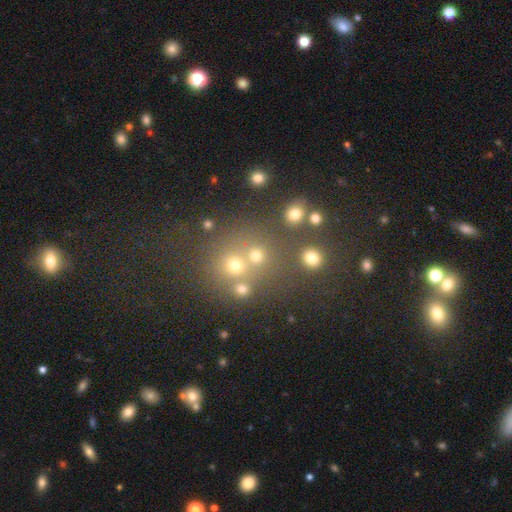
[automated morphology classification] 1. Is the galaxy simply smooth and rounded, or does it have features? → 69% smooth, 21% star or artifact, 10% featured or disk.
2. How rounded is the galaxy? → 86% round, 13% in between, 1% cigar-shaped.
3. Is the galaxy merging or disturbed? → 60% none, 27% merger, 8% minor disturbance, 5% major disturbance.